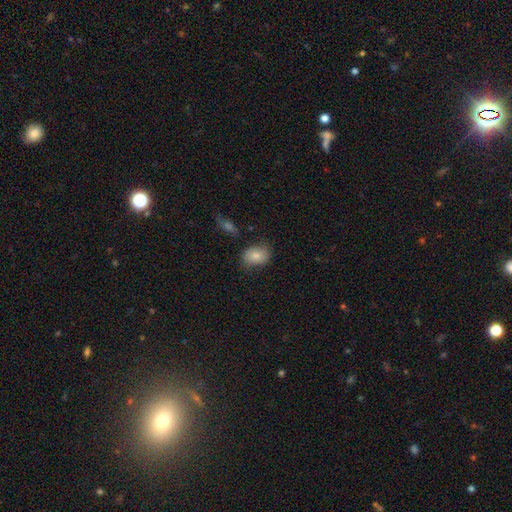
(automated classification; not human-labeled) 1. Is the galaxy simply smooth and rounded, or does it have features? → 81% smooth, 11% featured or disk, 8% star or artifact.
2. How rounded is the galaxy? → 72% in between, 26% round, 1% cigar-shaped.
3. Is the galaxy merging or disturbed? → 73% none, 19% minor disturbance, 5% major disturbance, 3% merger.